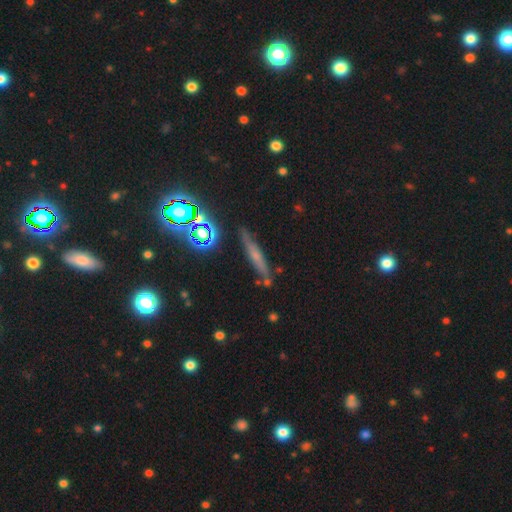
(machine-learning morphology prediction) Smooth or featured? smooth (42%)
Merging? none (80%)